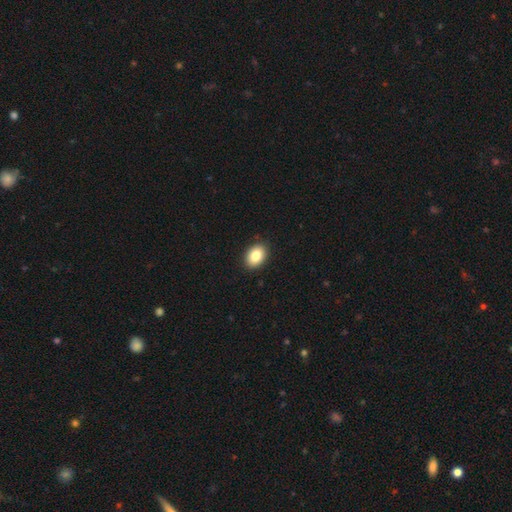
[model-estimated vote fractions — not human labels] smooth_or_featured: smooth (p=0.85) [alt: star or artifact p=0.08]
how_rounded: in between (p=0.81) [alt: round p=0.18]
merging: none (p=0.90) [alt: minor disturbance p=0.08]